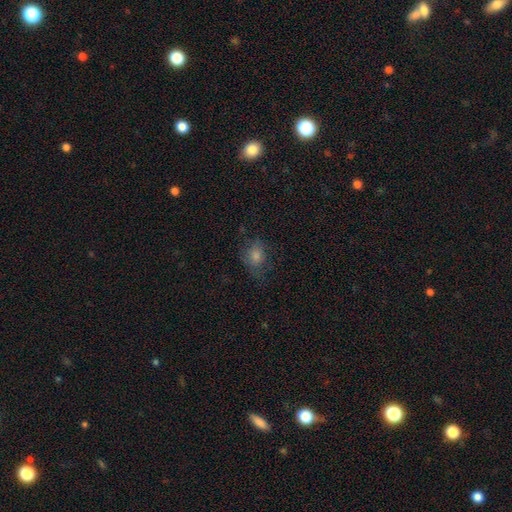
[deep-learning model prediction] Q: Smooth or featured?
A: smooth (64%); runner-up: star or artifact (20%)
Q: How rounded?
A: in between (54%); runner-up: round (44%)
Q: Merging?
A: none (62%); runner-up: minor disturbance (23%)